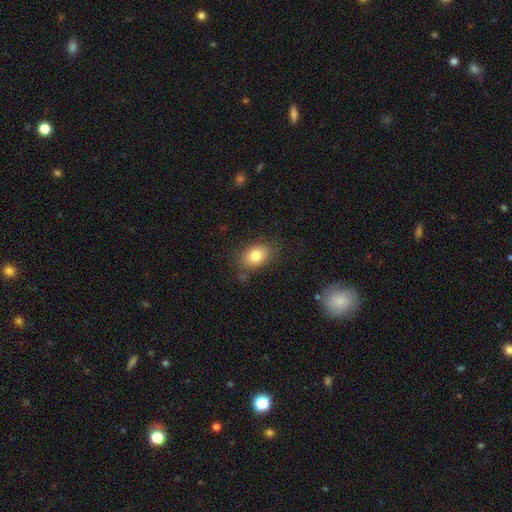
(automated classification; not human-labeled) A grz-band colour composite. It shows a smooth galaxy with no disk features (80%) that is in between round and cigar-shaped (79%). Merging: none (75%).